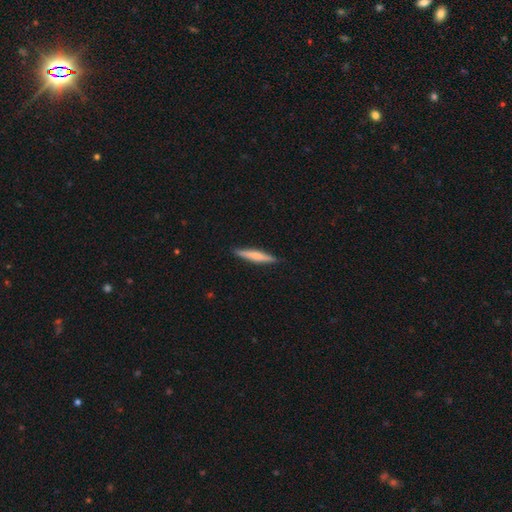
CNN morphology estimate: The model was most divided on "smooth or featured": smooth: 57%, featured or disk: 37%, star or artifact: 5%. More confident: how rounded — cigar-shaped (92%); merging — none (90%).